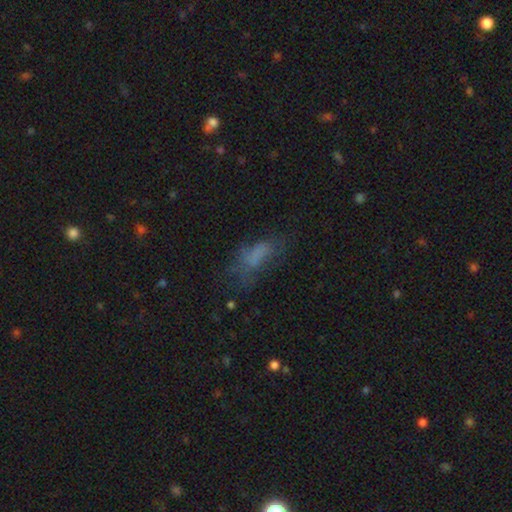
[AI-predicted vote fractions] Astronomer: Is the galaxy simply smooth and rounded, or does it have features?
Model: smooth — 58%.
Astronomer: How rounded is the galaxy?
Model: in between — 74%.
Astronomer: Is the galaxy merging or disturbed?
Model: none — 40% (runner-up: major disturbance, 32%).